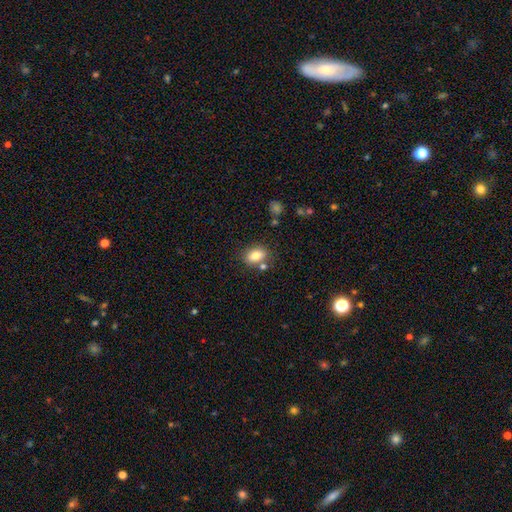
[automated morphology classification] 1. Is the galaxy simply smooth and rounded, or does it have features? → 80% smooth, 11% featured or disk, 9% star or artifact.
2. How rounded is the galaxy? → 79% in between, 19% round, 2% cigar-shaped.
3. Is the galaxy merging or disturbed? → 71% none, 13% minor disturbance, 12% merger, 3% major disturbance.